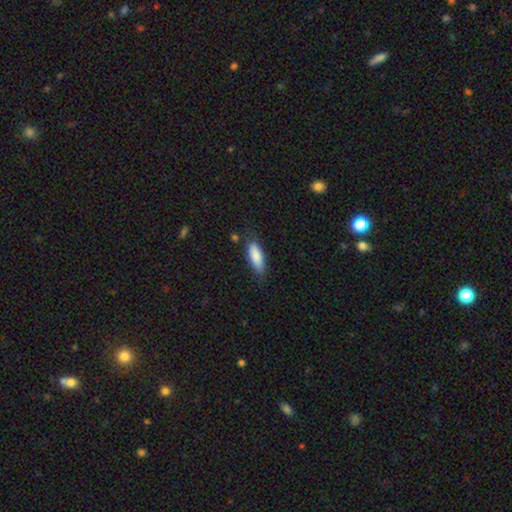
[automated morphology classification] smooth-or-featured: smooth: 85% | featured or disk: 9% | star or artifact: 6%
  how-rounded: in between: 67% | cigar-shaped: 31% | round: 2%
  merging: none: 75% | minor disturbance: 18% | major disturbance: 4% | merger: 2%